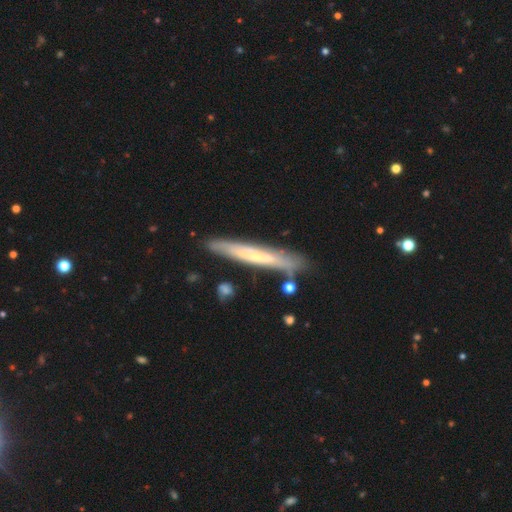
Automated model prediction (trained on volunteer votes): Overall: featured or disk (56%; smooth 38%). Edge-on disk: yes (83%). Merging: none (81%).